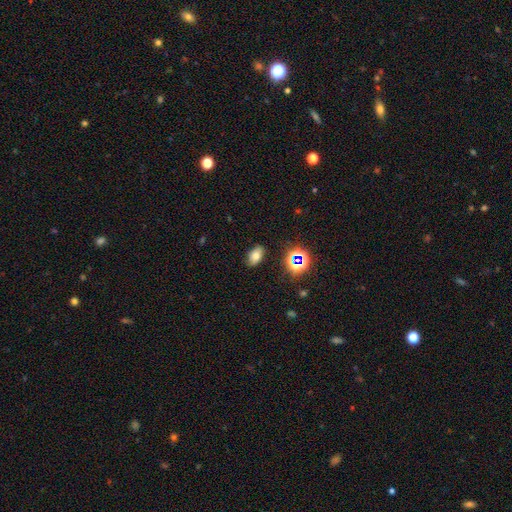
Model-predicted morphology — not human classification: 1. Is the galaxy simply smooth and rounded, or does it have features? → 69% smooth, 19% star or artifact, 11% featured or disk.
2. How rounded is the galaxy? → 89% in between, 9% round, 2% cigar-shaped.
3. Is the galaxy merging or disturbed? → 84% none, 12% minor disturbance, 3% major disturbance, 2% merger.